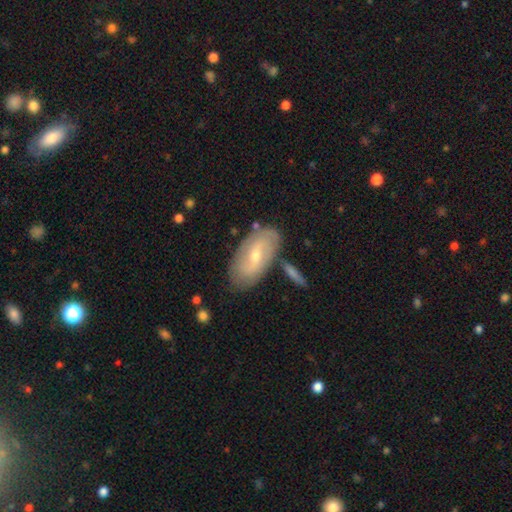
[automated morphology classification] This is possibly a featured or disk galaxy (58%). It is clearly not viewed edge-on (89%). Bar: possibly weak (45%). Spiral arm pattern: likely yes (69%). Central bulge: possibly small (48%, tied with moderate). Merging: likely none (76%).